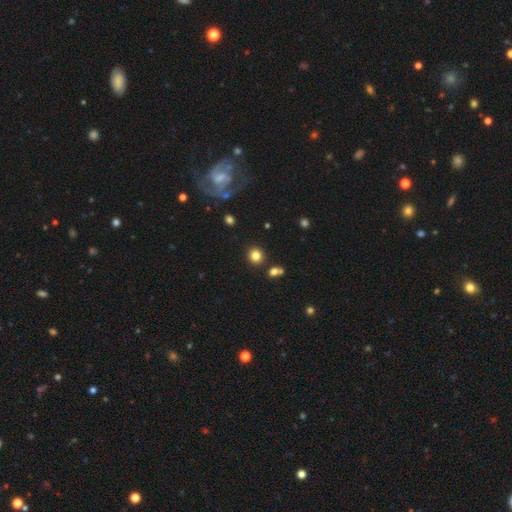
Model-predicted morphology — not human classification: Smooth or featured? smooth (82%)
How rounded? round (87%)
Merging? none (86%)